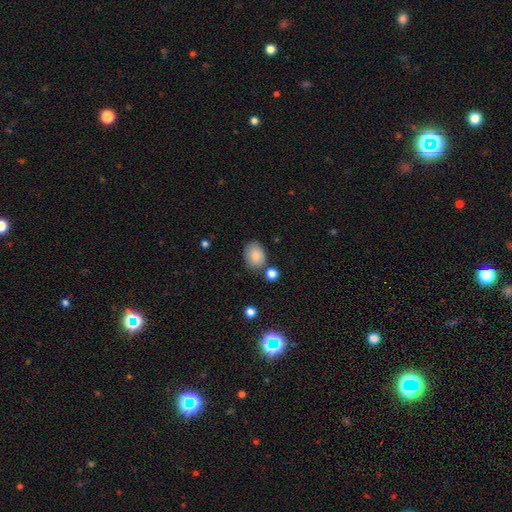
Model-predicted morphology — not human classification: Smooth or featured? smooth (85%)
How rounded? in between (74%)
Merging? none (74%)